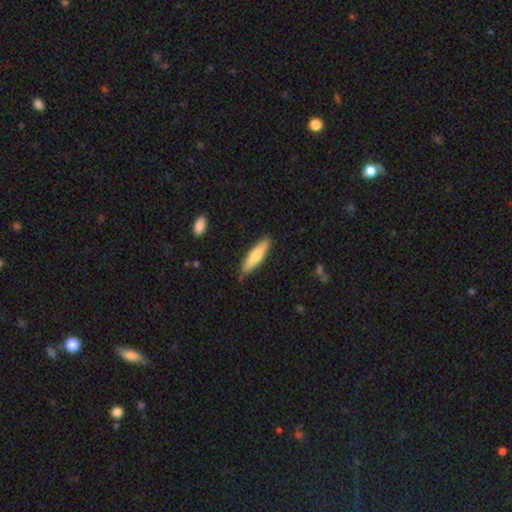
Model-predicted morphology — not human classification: This is likely a smooth galaxy (71%). How rounded: likely cigar-shaped (76%). Merging: clearly none (83%).